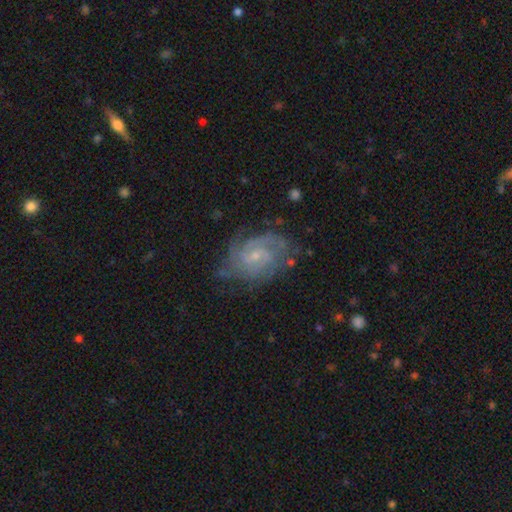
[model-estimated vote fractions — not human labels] Smooth or featured? featured or disk (85%)
Edge-on disk? no (98%)
Bar? no (53%)
Spiral arms? yes (96%)
Spiral winding? tight (58%)
Spiral arm count? 2 (27%)
Bulge size? small (72%)
Merging? none (72%)